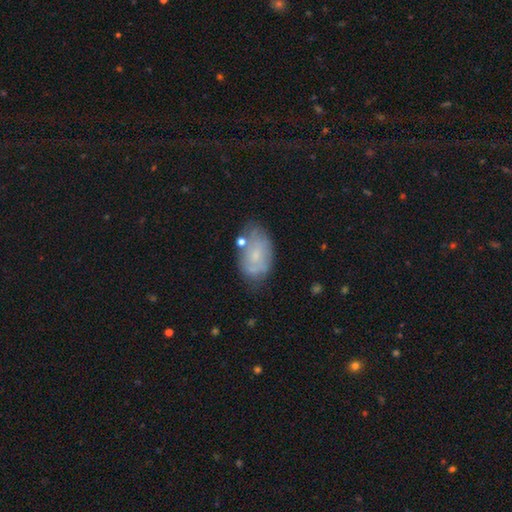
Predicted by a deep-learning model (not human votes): Morphology: type=smooth (49%); merging=none (55%).